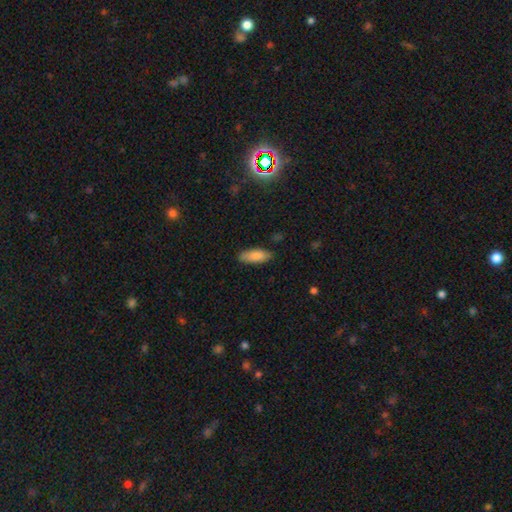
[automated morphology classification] Smooth or featured: smooth — 85% (featured or disk — 9%)
How rounded: in between — 67% (cigar-shaped — 31%)
Merging: none — 84% (minor disturbance — 12%)